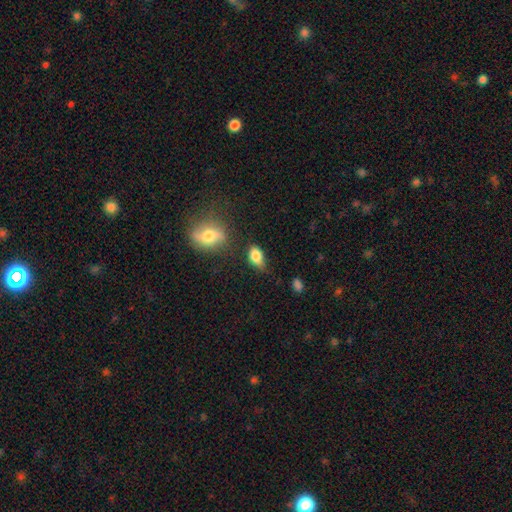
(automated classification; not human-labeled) Smooth or featured? smooth (83%)
How rounded? in between (85%)
Merging? none (53%)